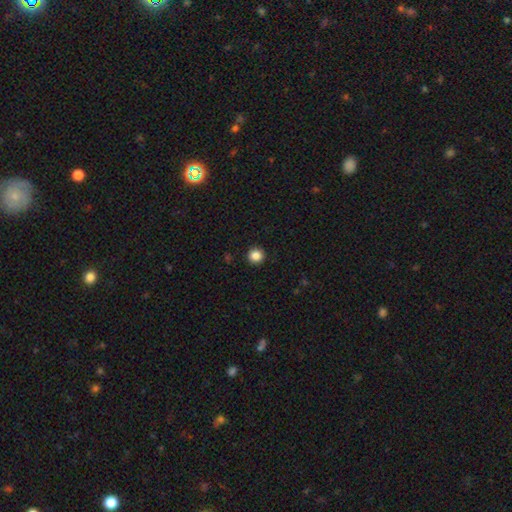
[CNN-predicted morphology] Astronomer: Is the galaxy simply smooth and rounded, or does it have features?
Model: smooth — 86%.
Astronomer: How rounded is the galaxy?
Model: round — 95%.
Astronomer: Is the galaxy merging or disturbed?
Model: none — 93%.